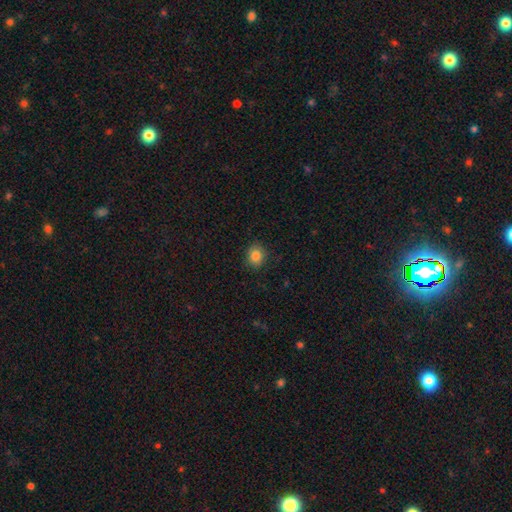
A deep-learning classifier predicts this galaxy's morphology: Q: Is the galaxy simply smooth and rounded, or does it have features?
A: smooth — 84%.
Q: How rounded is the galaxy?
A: round — 67%.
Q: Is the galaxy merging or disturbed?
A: none — 87%.